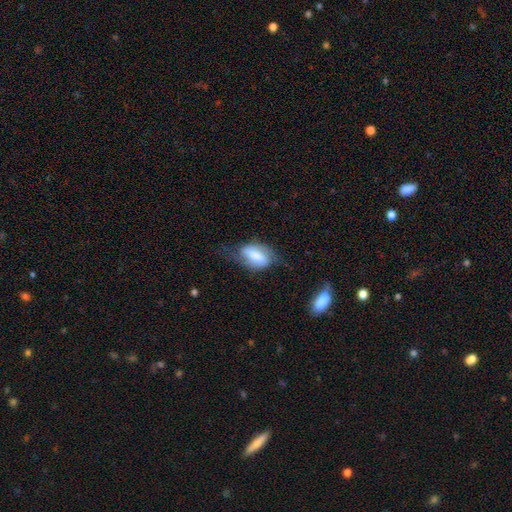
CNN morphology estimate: This is possibly a smooth galaxy (48%). Merging: possibly none (50%).